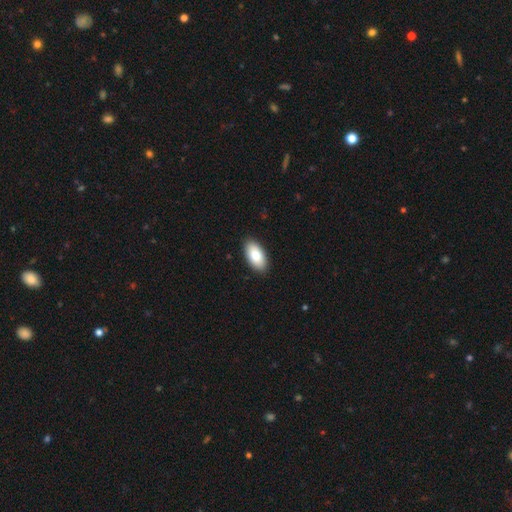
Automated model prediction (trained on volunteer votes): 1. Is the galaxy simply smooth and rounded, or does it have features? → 83% smooth, 11% featured or disk, 6% star or artifact.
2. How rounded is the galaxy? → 95% in between, 3% cigar-shaped, 2% round.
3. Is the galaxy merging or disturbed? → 90% none, 7% minor disturbance, 2% major disturbance, 1% merger.